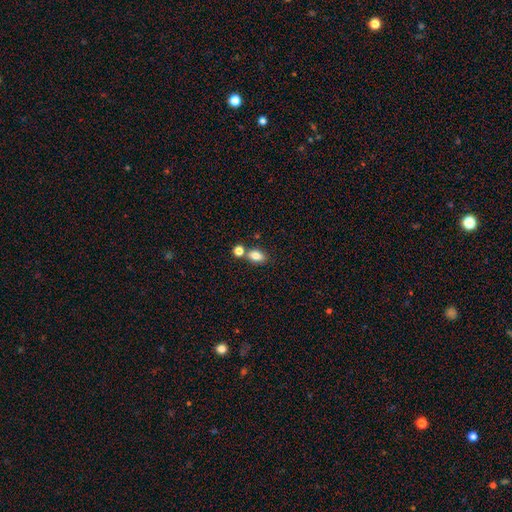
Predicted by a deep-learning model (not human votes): Q: Smooth or featured?
A: smooth (83%); runner-up: star or artifact (10%)
Q: How rounded?
A: in between (79%); runner-up: round (19%)
Q: Merging?
A: none (60%); runner-up: merger (26%)